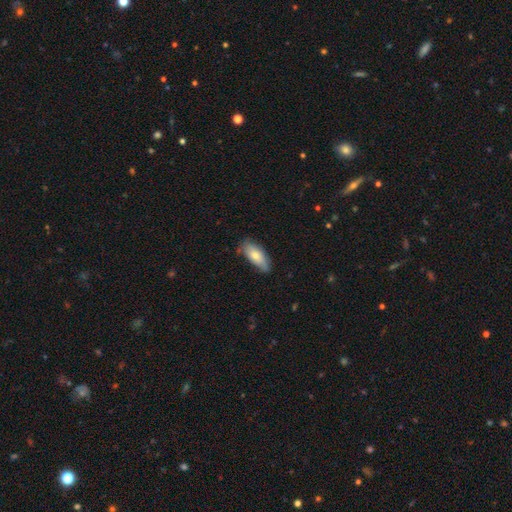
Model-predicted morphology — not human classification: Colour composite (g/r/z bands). It shows a smooth galaxy with no disk features (72%) that is in between round and cigar-shaped (80%). Merging: none (71%).